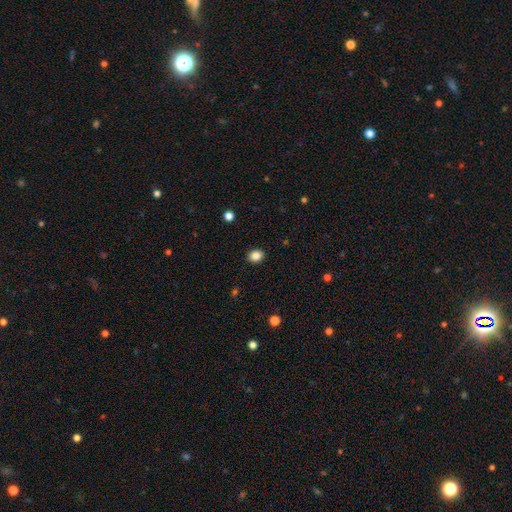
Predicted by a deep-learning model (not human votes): Smooth or featured: smooth — 85% (star or artifact — 11%)
How rounded: round — 56% (in between — 43%)
Merging: none — 90% (minor disturbance — 7%)